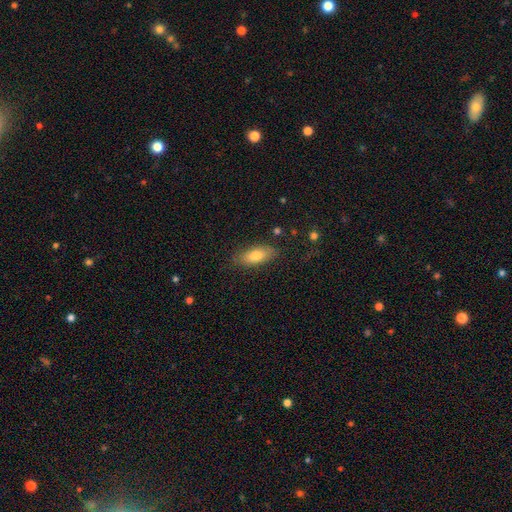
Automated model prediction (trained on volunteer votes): Overall: smooth (76%). How rounded: in between (80%). Merging: none (81%).